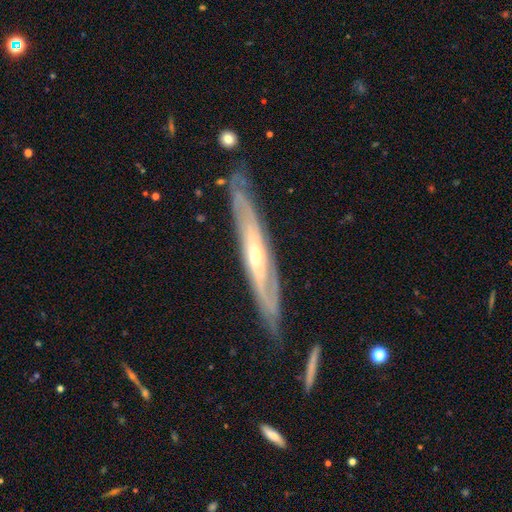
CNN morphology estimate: Smooth or featured? featured or disk (80%)
Edge-on disk? yes (56%)
Merging? none (77%)